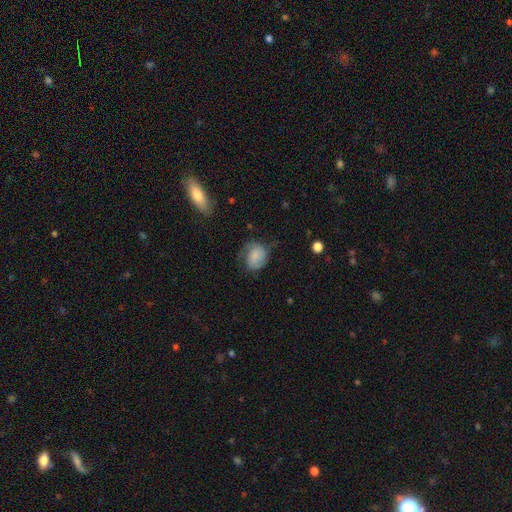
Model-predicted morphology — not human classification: A smooth galaxy with no disk features (55%) that is round (58%). Merging: none (47%).